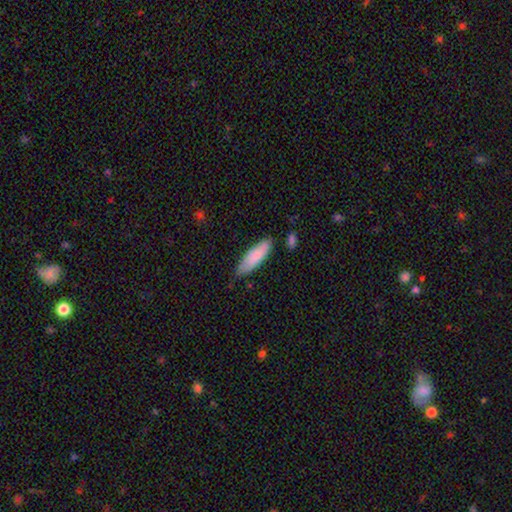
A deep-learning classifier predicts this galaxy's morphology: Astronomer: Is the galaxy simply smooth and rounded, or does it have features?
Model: smooth — 84%.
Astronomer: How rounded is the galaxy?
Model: in between — 49%, tied with cigar-shaped at 49%.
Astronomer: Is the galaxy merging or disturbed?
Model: none — 74%.